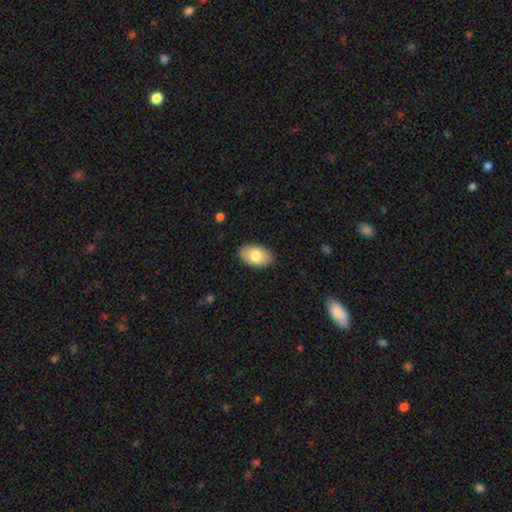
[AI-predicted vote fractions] Morphology: type=smooth (78%); roundness=in between (93%); merging=none (88%).